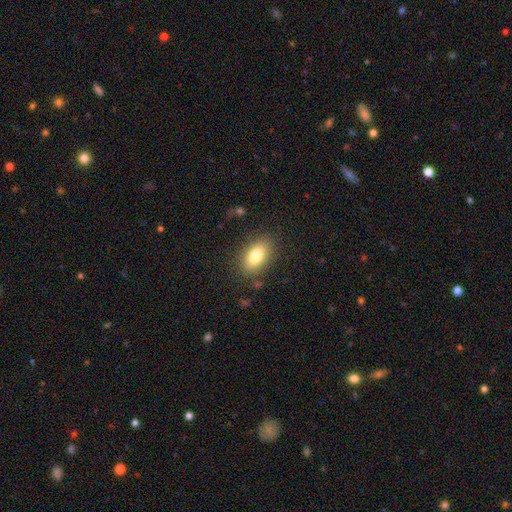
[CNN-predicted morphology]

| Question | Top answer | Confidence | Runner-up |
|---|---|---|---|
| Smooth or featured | smooth | 81% | featured or disk (11%) |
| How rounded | in between | 90% | round (7%) |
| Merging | none | 83% | minor disturbance (11%) |